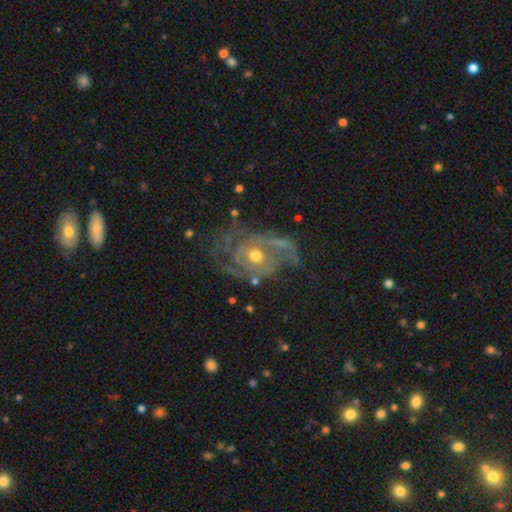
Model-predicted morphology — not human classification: type=featured or disk (82%); edge-on=no (96%); bar=no (80%); spiral arms=yes (81%); winding=tight (48%); arm count=can't tell (34%); bulge=moderate (67%); merging=none (50%).